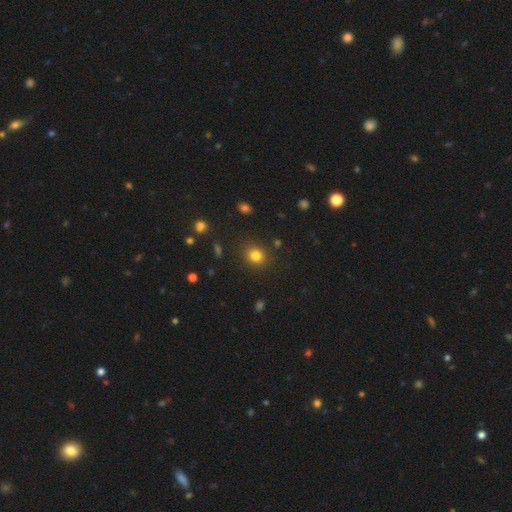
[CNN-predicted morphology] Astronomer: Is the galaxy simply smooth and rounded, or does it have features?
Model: smooth — 81%.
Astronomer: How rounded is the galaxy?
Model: round — 81%.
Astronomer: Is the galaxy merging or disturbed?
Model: none — 86%.